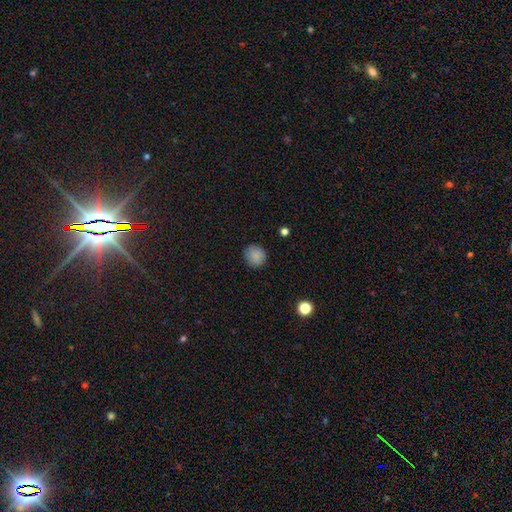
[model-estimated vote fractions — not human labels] Q: Smooth or featured?
A: smooth (87%); runner-up: star or artifact (9%)
Q: How rounded?
A: round (90%); runner-up: in between (9%)
Q: Merging?
A: none (88%); runner-up: minor disturbance (8%)